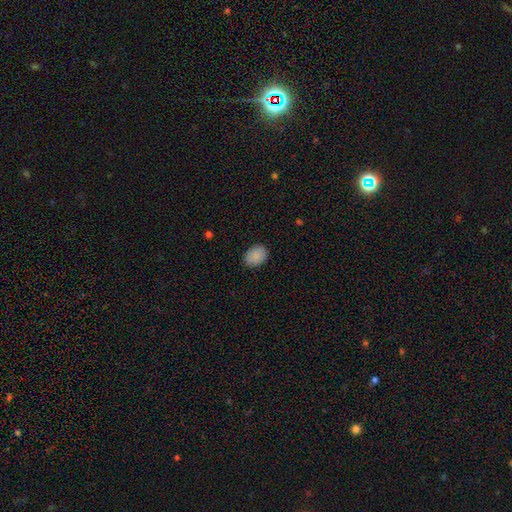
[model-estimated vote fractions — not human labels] A smooth galaxy with no disk features (88%) that is in between round and cigar-shaped (64%). Merging: none (86%).